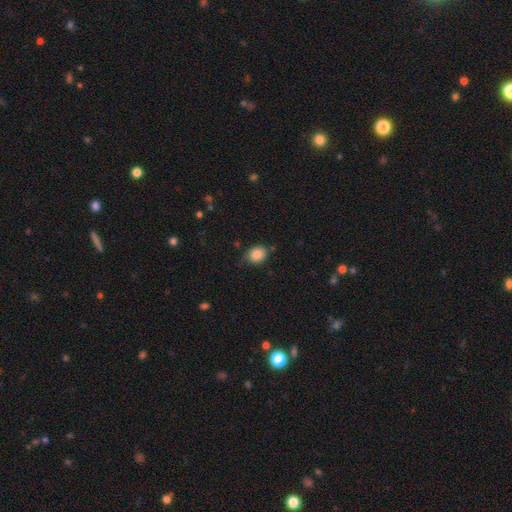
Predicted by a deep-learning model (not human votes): Q: Smooth or featured?
A: smooth (86%); runner-up: star or artifact (9%)
Q: How rounded?
A: round (60%); runner-up: in between (39%)
Q: Merging?
A: none (68%); runner-up: minor disturbance (25%)